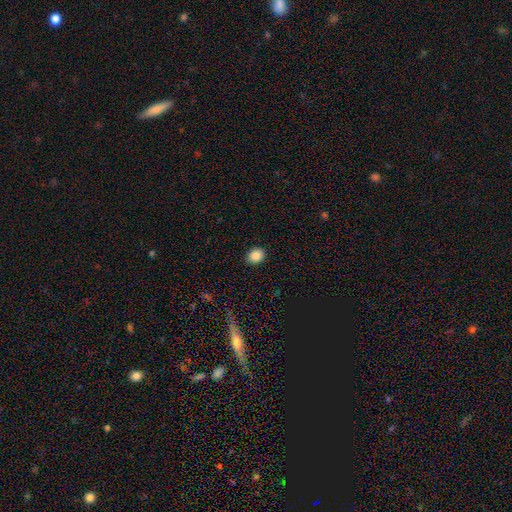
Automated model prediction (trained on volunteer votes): Q: Smooth or featured?
A: smooth (87%); runner-up: star or artifact (9%)
Q: How rounded?
A: round (60%); runner-up: in between (39%)
Q: Merging?
A: none (90%); runner-up: minor disturbance (7%)